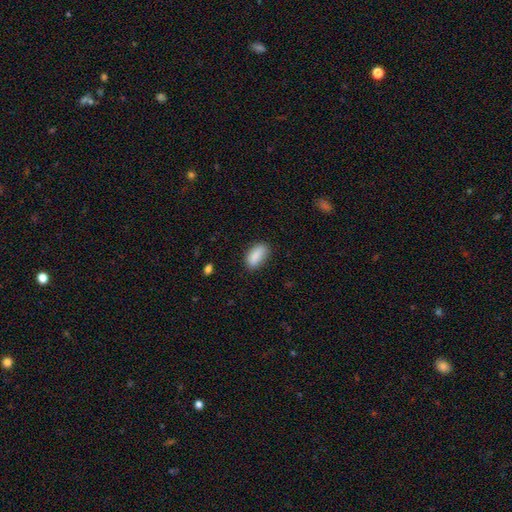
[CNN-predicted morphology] Smooth or featured? Predicted: smooth (p=0.89). How rounded? Predicted: in between (p=0.91). Merging? Predicted: none (p=0.82).